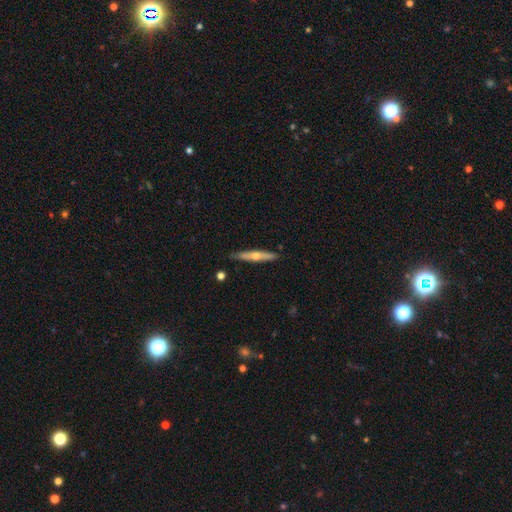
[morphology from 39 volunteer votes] Overall: featured or disk (64%; smooth 36%). Edge-on disk: yes (96%). Edge-on bulge: rounded (100%). Merging: none (82%).